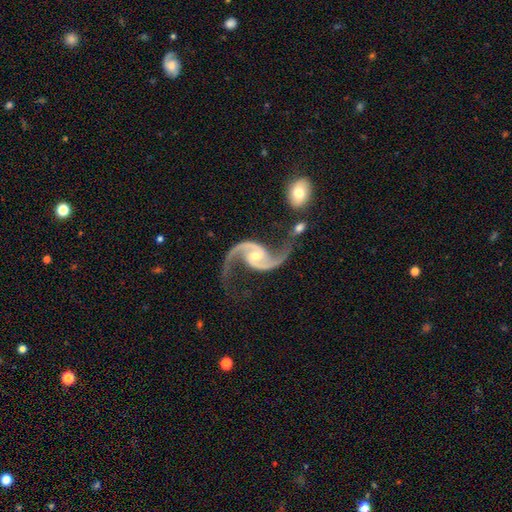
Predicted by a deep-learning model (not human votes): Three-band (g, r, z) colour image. It shows a featured or disk galaxy (94%) with no bar (44%), 2 (95%) loose (59%) spiral arms (98%) and a moderate central bulge (59%). Merging: none (60%).